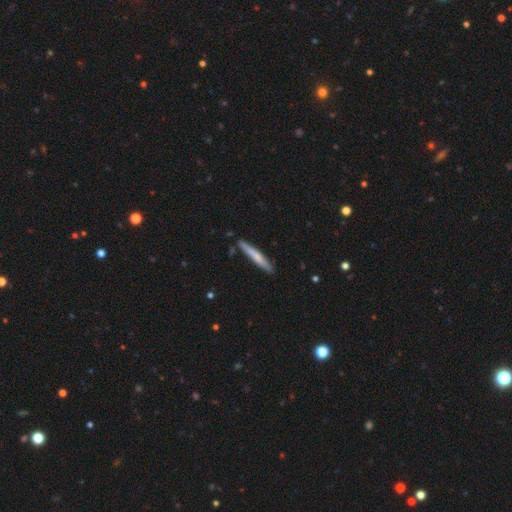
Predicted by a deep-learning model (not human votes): Overall: smooth (58%; featured or disk 37%). How rounded: cigar-shaped (95%). Merging: none (85%).